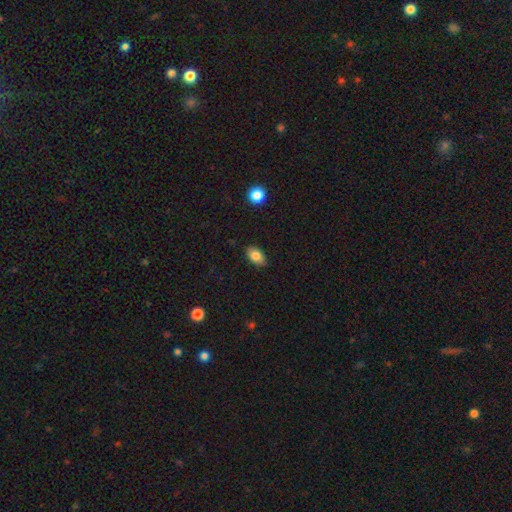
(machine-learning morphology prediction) A smooth galaxy with no disk features (82%) that is in between round and cigar-shaped (89%). Merging: none (86%).